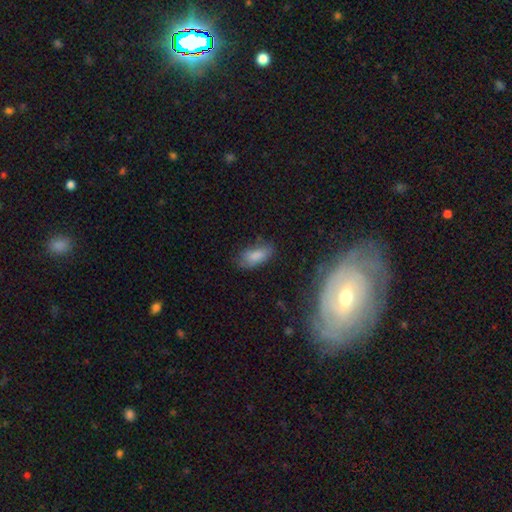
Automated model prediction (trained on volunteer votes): A smooth galaxy with no disk features (80%) that is in between round and cigar-shaped (88%). Merging: none (62%).